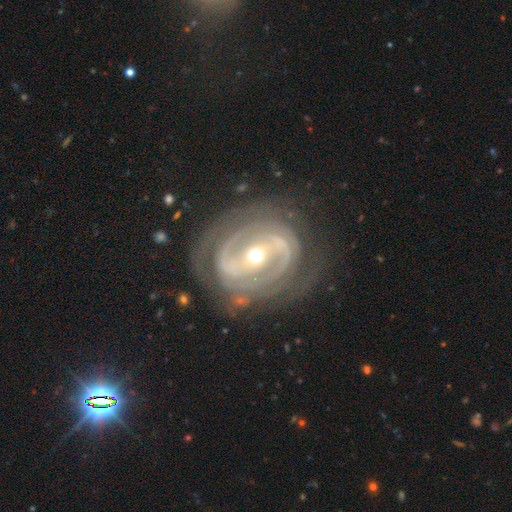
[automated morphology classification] Smooth or featured? featured or disk (88%)
Edge-on disk? no (96%)
Bar? strong (46%)
Spiral arms? yes (89%)
Spiral winding? tight (64%)
Spiral arm count? 2 (43%)
Bulge size? small (54%)
Merging? none (72%)